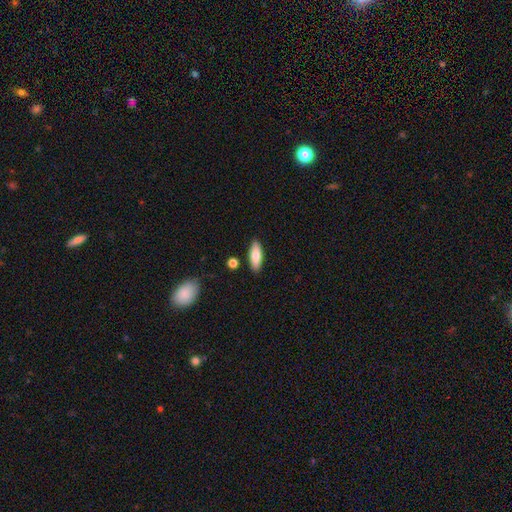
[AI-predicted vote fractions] smooth 80%, featured or disk 14%, star or artifact 6%. Down the decision tree: how rounded — in between (64%); merging — none (86%).